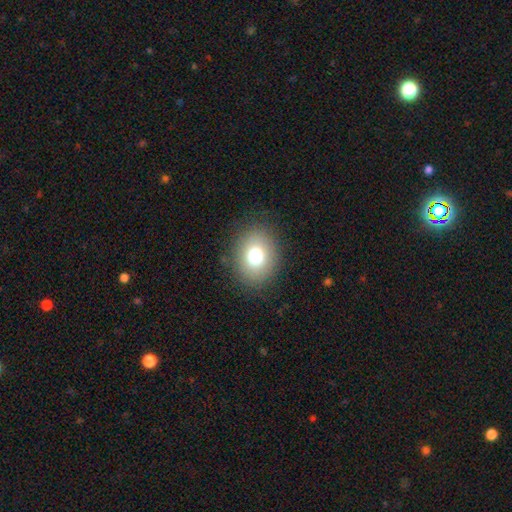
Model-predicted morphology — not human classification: smooth_or_featured: smooth (p=0.77) [alt: star or artifact p=0.11]
how_rounded: in between (p=0.53) [alt: round p=0.46]
merging: none (p=0.85) [alt: minor disturbance p=0.10]